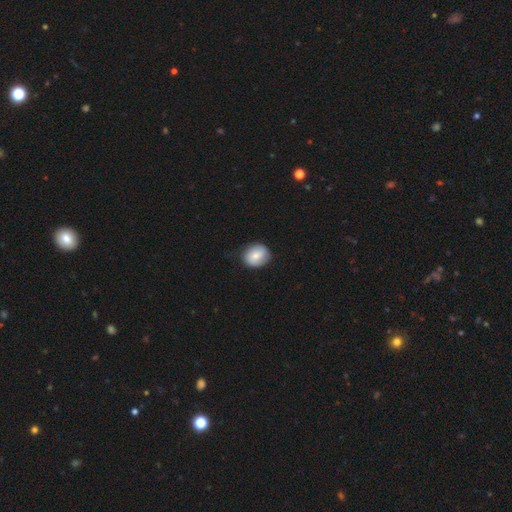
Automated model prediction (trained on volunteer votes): Overall: smooth (75%). How rounded: round (63%; in between 36%). Merging: none (81%).